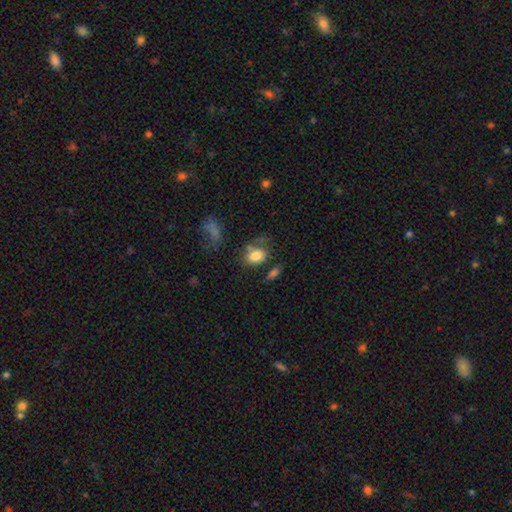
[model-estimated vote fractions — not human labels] smooth_or_featured: smooth (p=0.79) [alt: featured or disk p=0.12]
how_rounded: in between (p=0.78) [alt: round p=0.20]
merging: none (p=0.47) [alt: minor disturbance p=0.22]